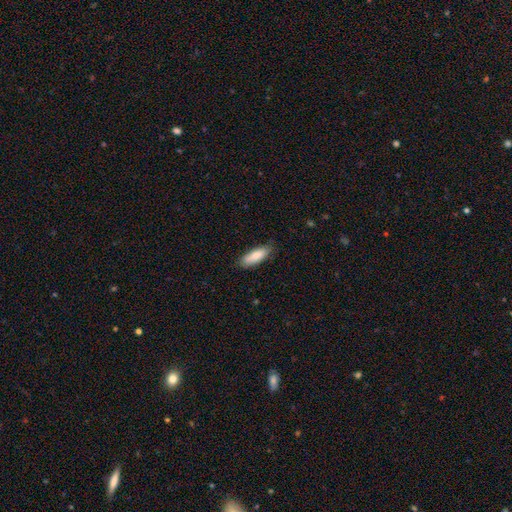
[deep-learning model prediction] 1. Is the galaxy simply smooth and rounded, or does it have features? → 81% smooth, 13% featured or disk, 6% star or artifact.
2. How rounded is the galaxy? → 62% in between, 37% cigar-shaped, 2% round.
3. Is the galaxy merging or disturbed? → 82% none, 14% minor disturbance, 2% major disturbance, 1% merger.